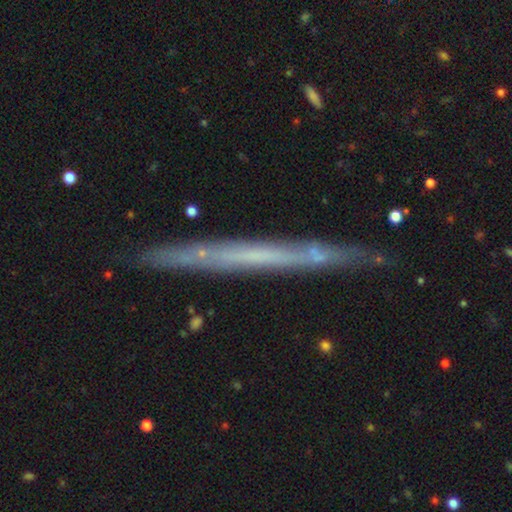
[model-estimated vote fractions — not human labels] Smooth or featured?
  - featured or disk: 60% *
  - smooth: 29%
  - star or artifact: 11%
Edge-on disk?
  - yes: 93% *
  - no: 7%
Edge-on bulge?
  - none: 91% *
  - rounded: 5%
  - boxy: 4%
Merging?
  - none: 85% *
  - minor disturbance: 11%
  - major disturbance: 2%
  - merger: 2%